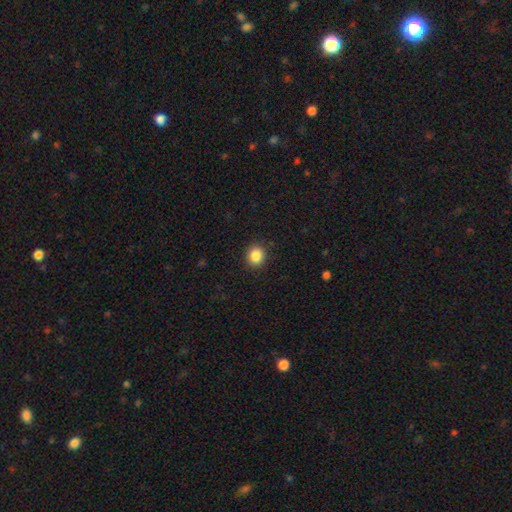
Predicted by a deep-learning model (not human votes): Overall: smooth (87%). How rounded: round (82%). Merging: none (90%).